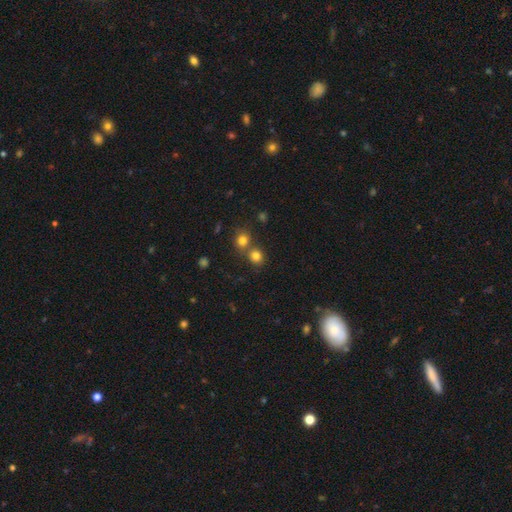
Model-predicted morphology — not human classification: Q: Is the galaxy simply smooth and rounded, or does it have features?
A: smooth — 79%.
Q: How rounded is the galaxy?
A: round — 80%.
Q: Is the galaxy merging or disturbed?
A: none — 59%.